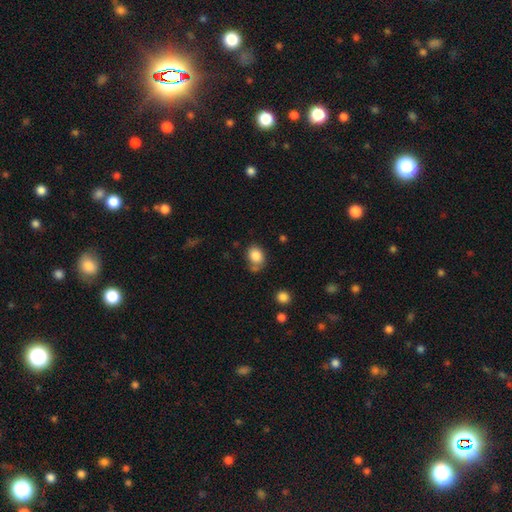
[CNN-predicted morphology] Q: Smooth or featured?
A: smooth (84%); runner-up: star or artifact (9%)
Q: How rounded?
A: in between (59%); runner-up: round (40%)
Q: Merging?
A: none (61%); runner-up: minor disturbance (22%)